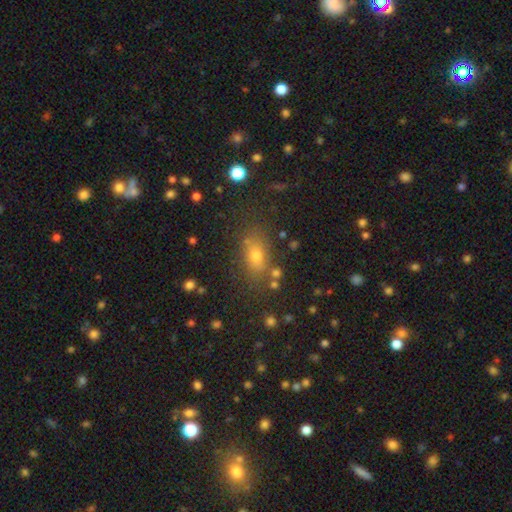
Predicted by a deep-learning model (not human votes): Morphology: type=smooth (68%); roundness=in between (73%); merging=none (74%).